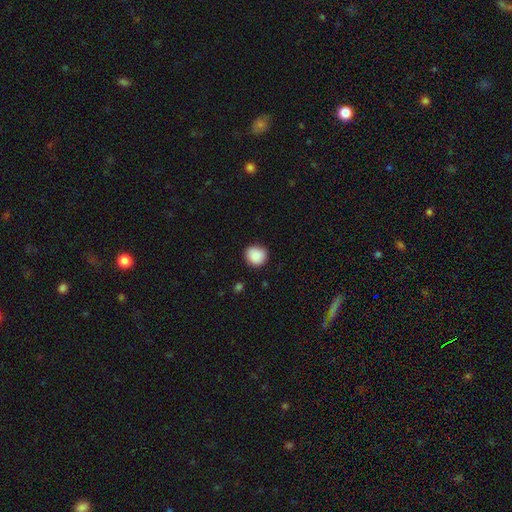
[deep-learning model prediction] Smooth or featured? smooth (89%)
How rounded? round (86%)
Merging? none (87%)